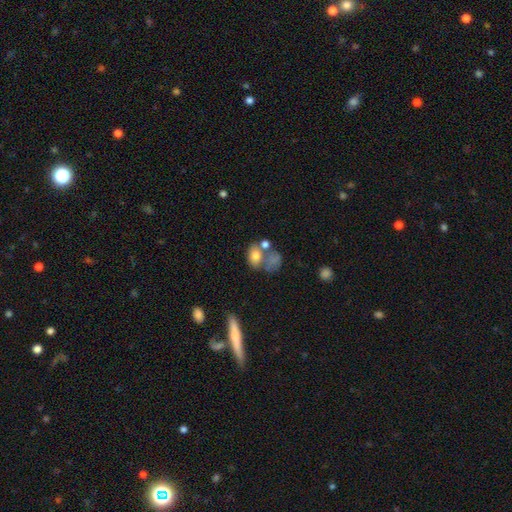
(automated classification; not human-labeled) smooth-or-featured: smooth: 70% | featured or disk: 19% | star or artifact: 11%
  how-rounded: in between: 66% | round: 32% | cigar-shaped: 1%
  merging: merger: 41% | none: 30% | minor disturbance: 14% | major disturbance: 14%